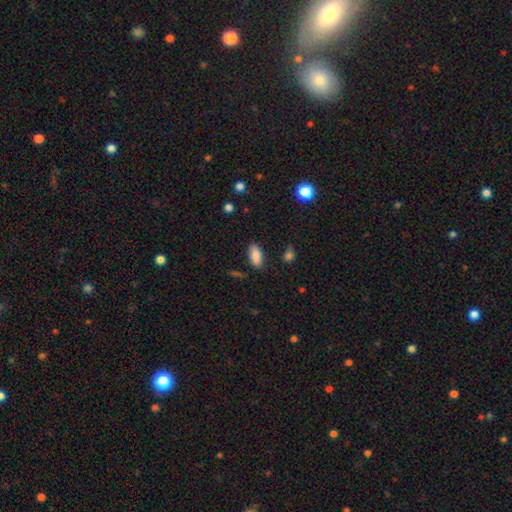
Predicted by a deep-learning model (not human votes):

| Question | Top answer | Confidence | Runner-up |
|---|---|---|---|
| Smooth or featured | smooth | 87% | star or artifact (7%) |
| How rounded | in between | 87% | cigar-shaped (10%) |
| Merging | none | 83% | minor disturbance (12%) |